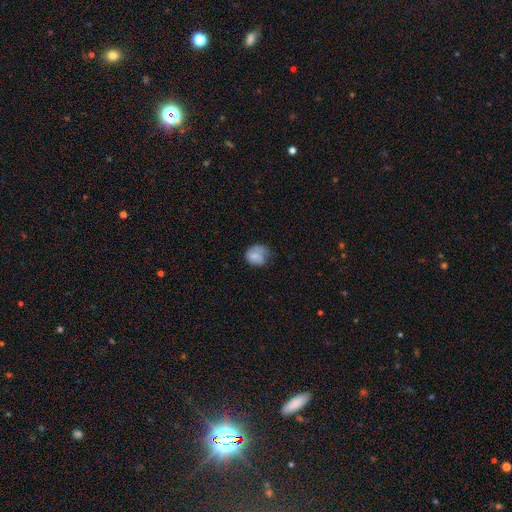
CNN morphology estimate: The model was most divided on "merging": none: 47%, minor disturbance: 32%, major disturbance: 18%, merger: 2%. More confident: smooth or featured — smooth (72%); how rounded — round (65%).